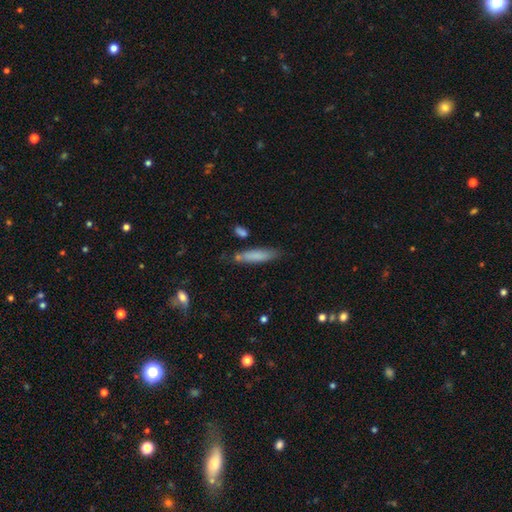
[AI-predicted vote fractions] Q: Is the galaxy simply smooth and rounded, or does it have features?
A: smooth — 79%.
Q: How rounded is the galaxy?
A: cigar-shaped — 80%.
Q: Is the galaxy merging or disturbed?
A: none — 72%.